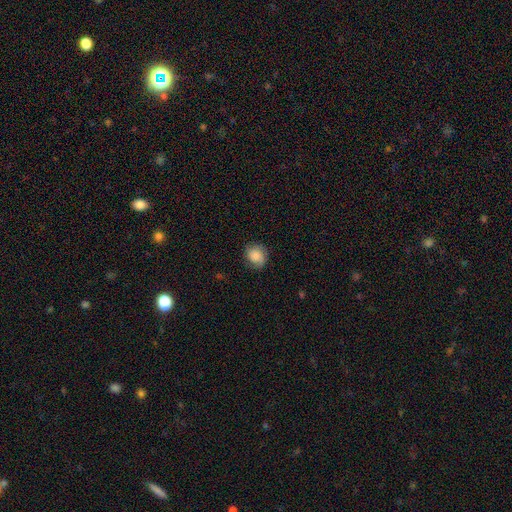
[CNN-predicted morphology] type=smooth (82%); roundness=round (68%); merging=none (75%).